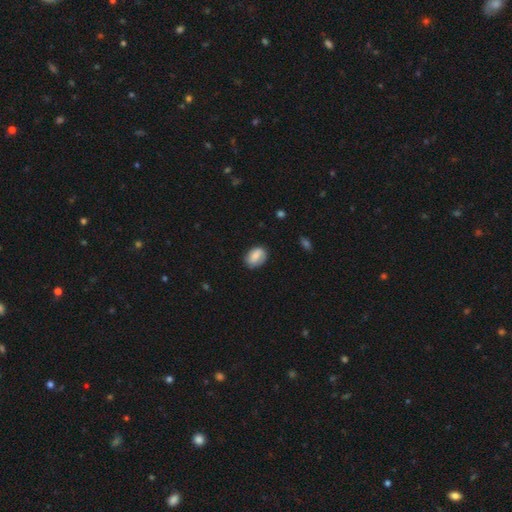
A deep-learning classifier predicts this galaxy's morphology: This is likely a smooth galaxy (76%). How rounded: likely in between (78%). Merging: likely none (73%).